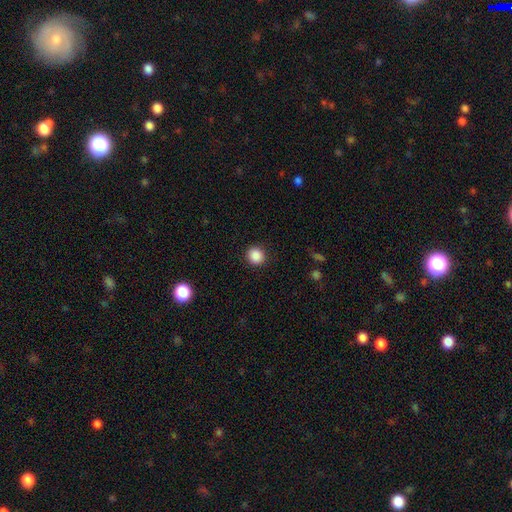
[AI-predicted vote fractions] This is clearly a smooth galaxy (88%). How rounded: clearly round (91%). Merging: clearly none (91%).